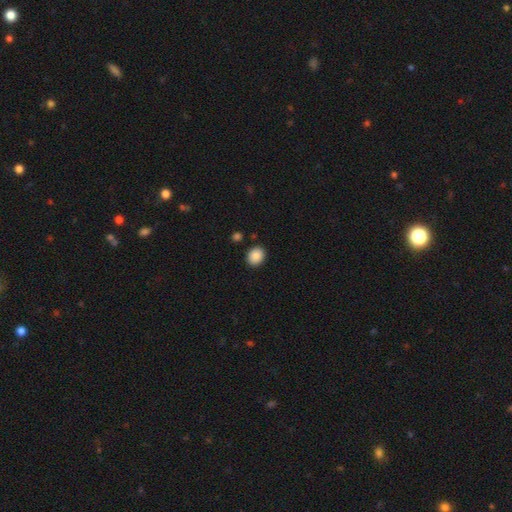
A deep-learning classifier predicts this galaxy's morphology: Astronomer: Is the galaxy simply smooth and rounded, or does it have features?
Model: smooth — 88%.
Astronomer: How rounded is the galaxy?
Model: round — 55% (runner-up: in between, 45%).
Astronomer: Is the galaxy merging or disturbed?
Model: none — 88%.